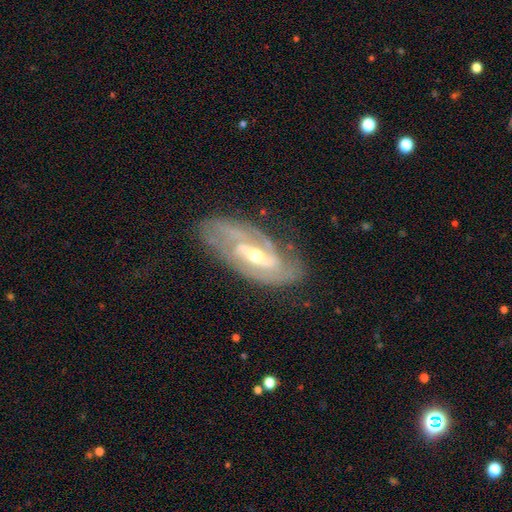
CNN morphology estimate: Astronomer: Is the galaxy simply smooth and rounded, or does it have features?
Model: featured or disk — 88%.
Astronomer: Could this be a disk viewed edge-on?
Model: no — 93%.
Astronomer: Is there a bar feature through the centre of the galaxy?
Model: strong — 44% (runner-up: weak, 38%).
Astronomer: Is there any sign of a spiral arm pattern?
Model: yes — 95%.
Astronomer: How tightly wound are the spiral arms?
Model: medium — 44% (runner-up: tight, 43%).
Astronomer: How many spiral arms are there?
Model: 2 — 69%.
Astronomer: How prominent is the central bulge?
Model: moderate — 49% (runner-up: small, 48%).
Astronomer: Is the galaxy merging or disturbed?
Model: none — 76%.